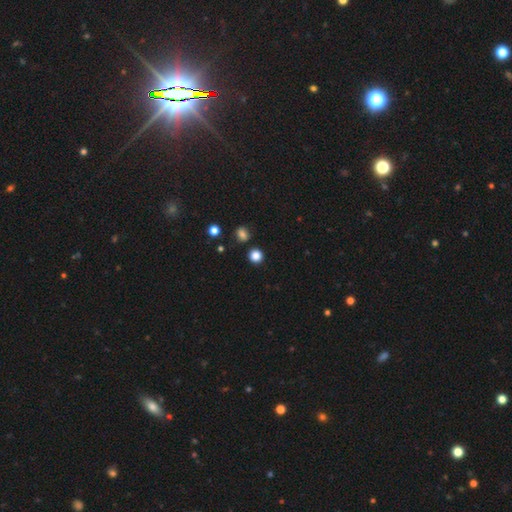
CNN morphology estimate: The model was most divided on "smooth or featured": smooth: 83%, star or artifact: 13%, featured or disk: 4%. More confident: how rounded — round (91%); merging — none (86%).